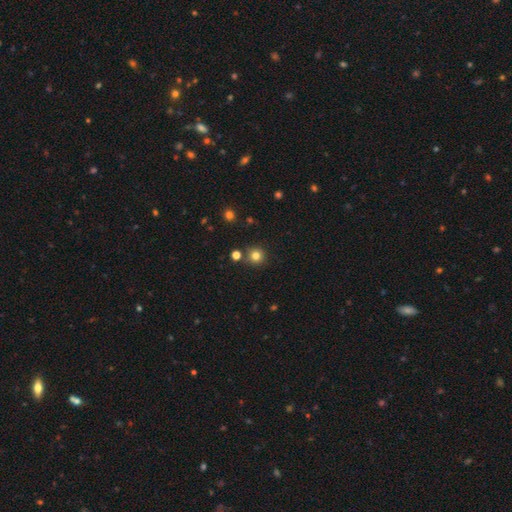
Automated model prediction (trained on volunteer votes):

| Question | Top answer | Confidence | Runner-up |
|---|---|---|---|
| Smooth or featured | smooth | 79% | star or artifact (15%) |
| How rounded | round | 94% | in between (5%) |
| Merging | none | 84% | minor disturbance (7%) |